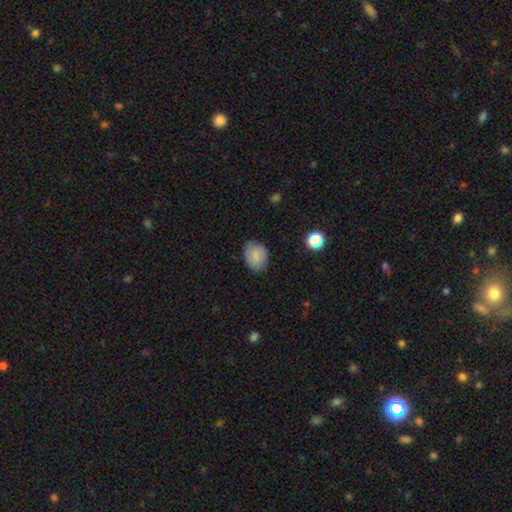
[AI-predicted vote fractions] A smooth galaxy with no disk features (80%) that is in between round and cigar-shaped (59%).

Vote fractions:
- Smooth or featured? smooth: 80% / featured or disk: 12% / star or artifact: 8%
- How rounded? in between: 59% / round: 40% / cigar-shaped: 1%
- Merging? none: 80% / minor disturbance: 16% / major disturbance: 3% / merger: 1%